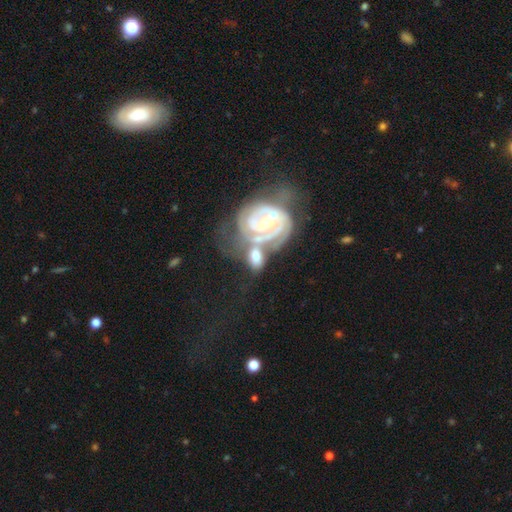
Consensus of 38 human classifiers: Smooth or featured? featured or disk (68%)
Edge-on disk? no (96%)
Bar? no (68%)
Spiral arms? yes (96%)
Spiral winding? tight (75%)
Spiral arm count? 2 (79%)
Bulge size? moderate (68%)
Merging? merger (51%)